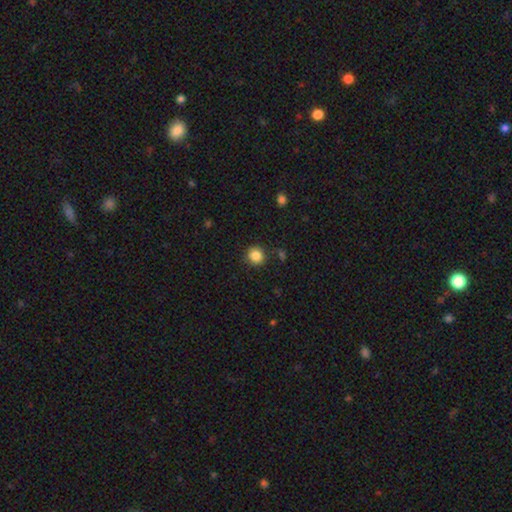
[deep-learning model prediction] smooth 85%, star or artifact 11%, featured or disk 4%. Down the decision tree: how rounded — round (91%); merging — none (88%).